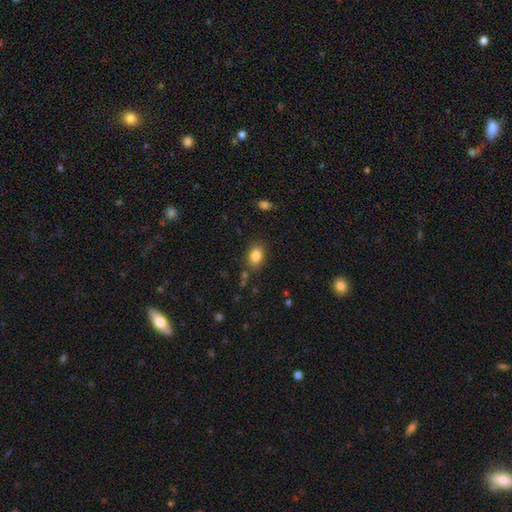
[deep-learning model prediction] A smooth galaxy with no disk features (84%) that is in between round and cigar-shaped (74%). Merging: none (83%).